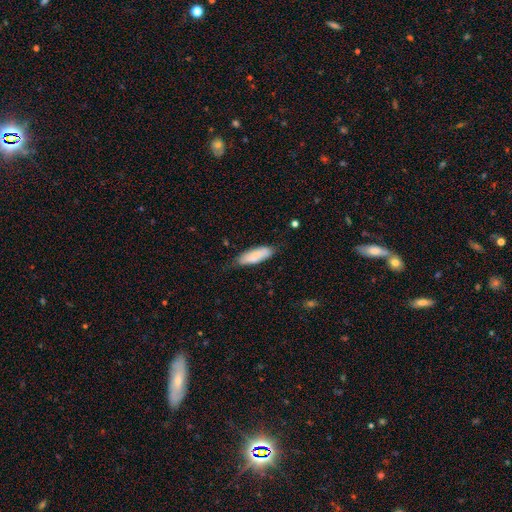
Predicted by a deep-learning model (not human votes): Smooth or featured?
  - smooth: 83% *
  - featured or disk: 11%
  - star or artifact: 6%
How rounded?
  - in between: 55% *
  - cigar-shaped: 44%
  - round: 2%
Merging?
  - none: 70% *
  - minor disturbance: 24%
  - major disturbance: 4%
  - merger: 1%